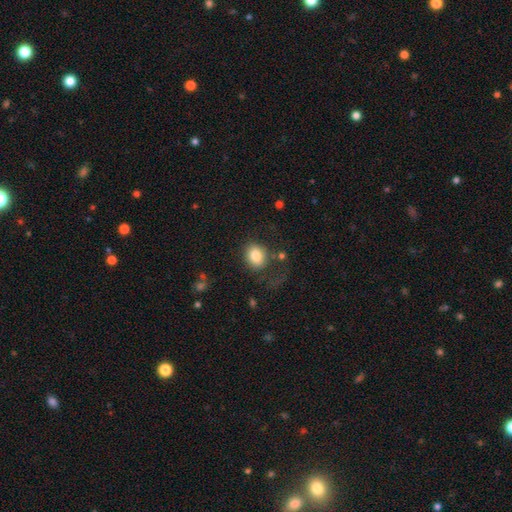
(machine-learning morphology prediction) Smooth or featured? Predicted: smooth (p=0.83). How rounded? Predicted: round (p=0.57). Merging? Predicted: none (p=0.69).